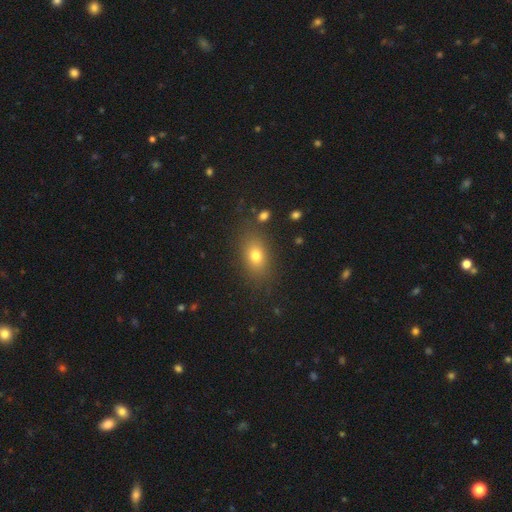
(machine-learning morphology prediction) A smooth galaxy with no disk features (76%) that is in between round and cigar-shaped (75%).

Vote fractions:
- Smooth or featured? smooth: 76% / star or artifact: 13% / featured or disk: 11%
- How rounded? in between: 75% / round: 22% / cigar-shaped: 3%
- Merging? none: 83% / minor disturbance: 11% / major disturbance: 4% / merger: 2%